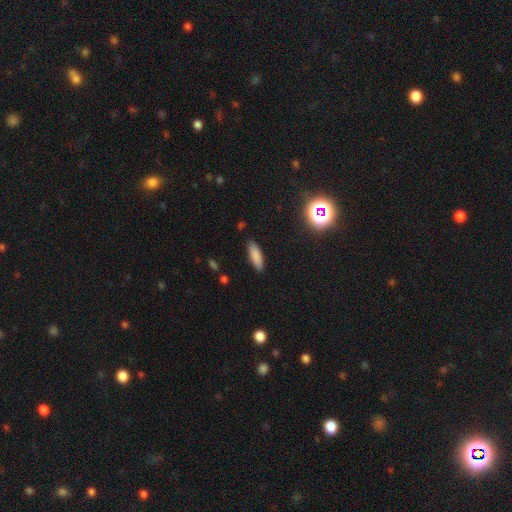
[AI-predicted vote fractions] The model was most divided on "how rounded": in between: 50%, cigar-shaped: 47%, round: 2%. More confident: merging — none (88%); smooth or featured — smooth (84%).